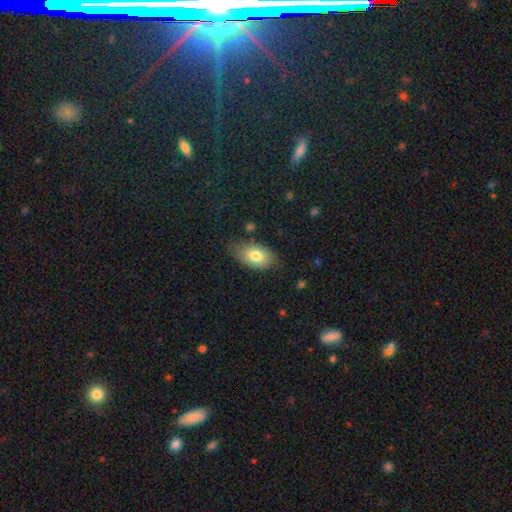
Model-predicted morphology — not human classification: Q: Smooth or featured?
A: smooth (77%); runner-up: featured or disk (16%)
Q: How rounded?
A: in between (92%); runner-up: round (6%)
Q: Merging?
A: none (70%); runner-up: minor disturbance (22%)